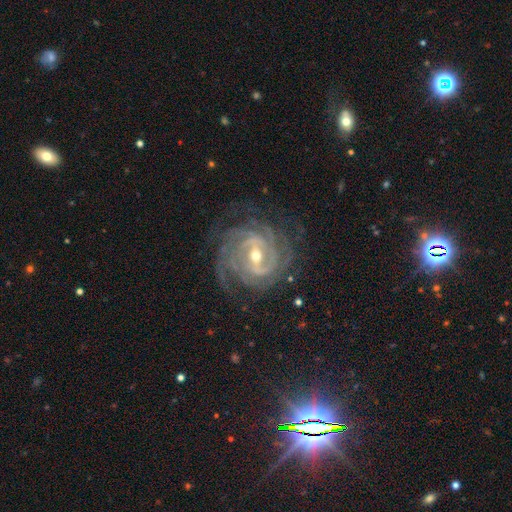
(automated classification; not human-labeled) smooth_or_featured: featured or disk (p=0.92) [alt: star or artifact p=0.05]
disk_edge_on: no (p=0.97) [alt: yes p=0.03]
bar: strong (p=0.46) [alt: weak p=0.40]
has_spiral_arms: yes (p=0.98) [alt: no p=0.02]
spiral_winding: tight (p=0.75) [alt: medium p=0.22]
spiral_arm_count: 4 (p=0.27) [alt: 3 p=0.22]
bulge_size: moderate (p=0.50) [alt: small p=0.46]
merging: none (p=0.78) [alt: minor disturbance p=0.13]